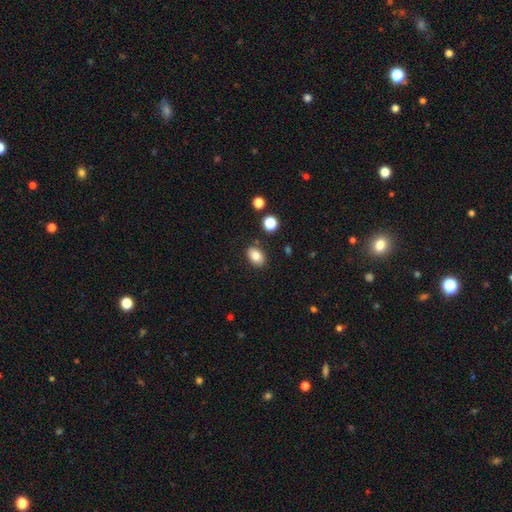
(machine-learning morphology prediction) Q: Smooth or featured?
A: smooth (82%); runner-up: star or artifact (10%)
Q: How rounded?
A: in between (85%); runner-up: round (14%)
Q: Merging?
A: none (85%); runner-up: minor disturbance (9%)